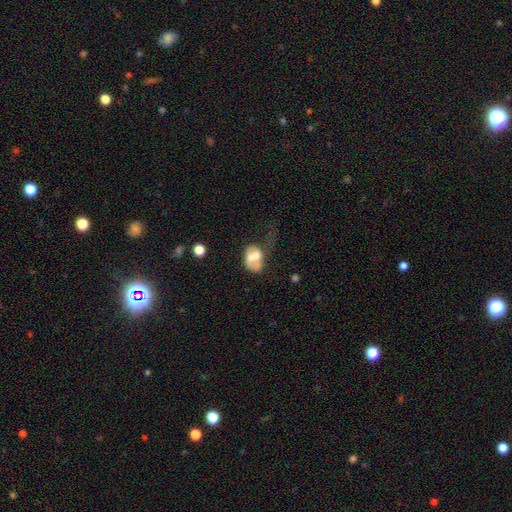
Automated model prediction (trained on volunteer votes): Smooth or featured? smooth (52%)
How rounded? in between (76%)
Merging? merger (32%)